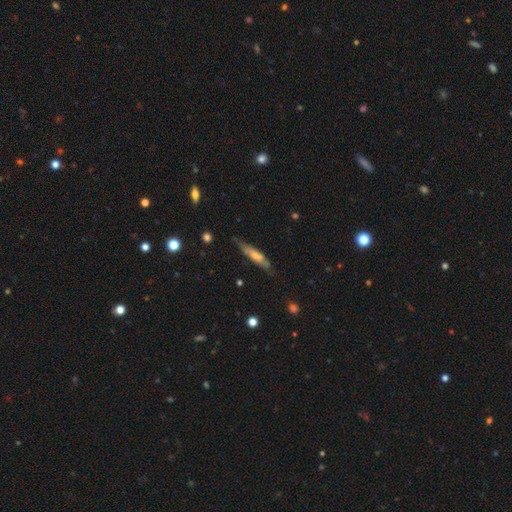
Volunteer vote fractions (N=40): A smooth galaxy with no disk features (65%) that is cigar-shaped (81%). Merging: none (65%).